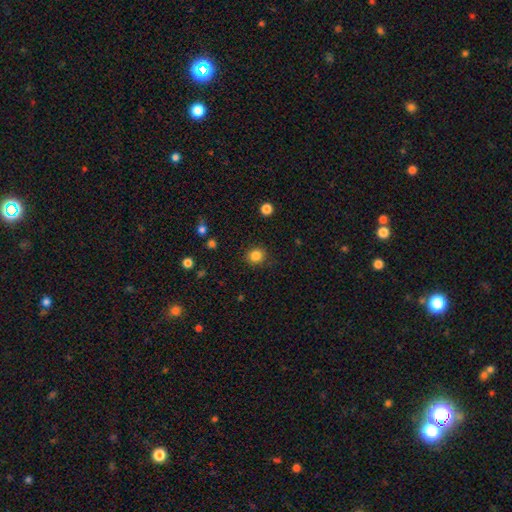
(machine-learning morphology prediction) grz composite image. It shows a smooth galaxy with no disk features (84%) that is round (88%). Merging: none (88%).